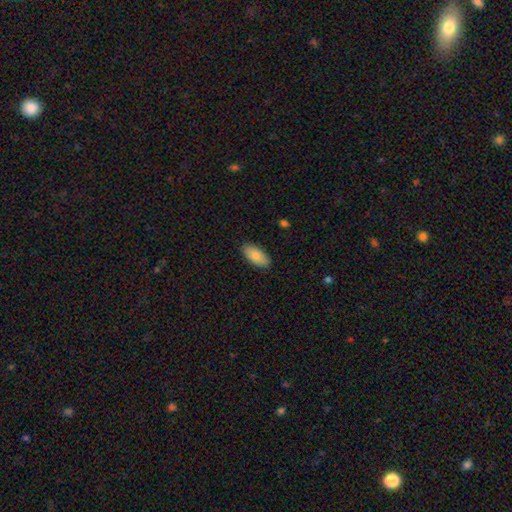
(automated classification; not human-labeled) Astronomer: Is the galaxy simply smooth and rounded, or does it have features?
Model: smooth — 83%.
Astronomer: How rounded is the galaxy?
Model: in between — 93%.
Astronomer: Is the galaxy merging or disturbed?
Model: none — 88%.